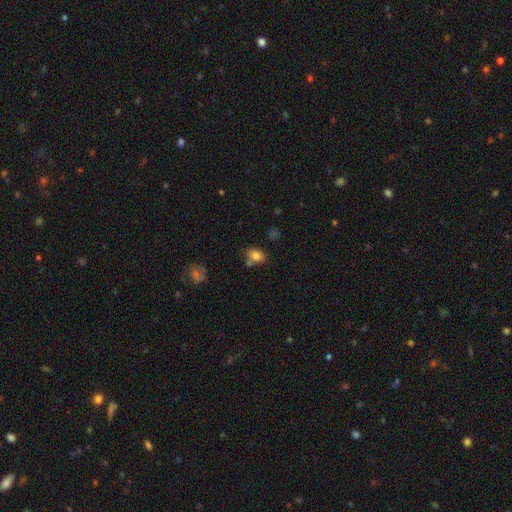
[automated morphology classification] smooth-or-featured: smooth: 81% | star or artifact: 11% | featured or disk: 7%
  how-rounded: in between: 72% | round: 26% | cigar-shaped: 1%
  merging: none: 63% | merger: 16% | minor disturbance: 16% | major disturbance: 5%